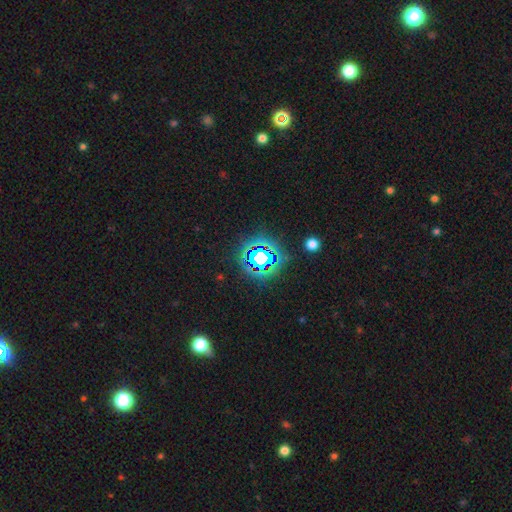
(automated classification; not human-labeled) Smooth or featured: star or artifact — 81% (smooth — 12%)